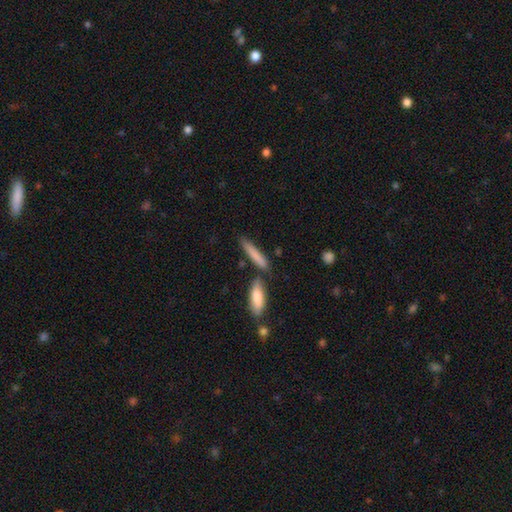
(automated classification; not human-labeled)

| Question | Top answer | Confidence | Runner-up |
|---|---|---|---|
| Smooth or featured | smooth | 78% | featured or disk (16%) |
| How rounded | cigar-shaped | 86% | in between (12%) |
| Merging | none | 70% | merger (14%) |